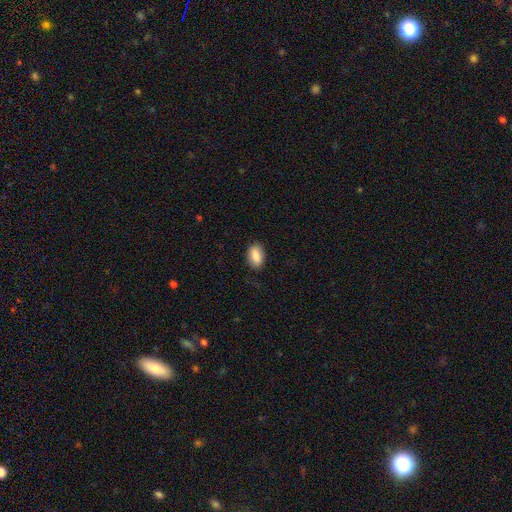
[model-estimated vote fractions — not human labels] A smooth galaxy with no disk features (88%) that is in between round and cigar-shaped (91%).

Vote fractions:
- Smooth or featured? smooth: 88% / star or artifact: 7% / featured or disk: 5%
- How rounded? in between: 91% / round: 6% / cigar-shaped: 3%
- Merging? none: 84% / minor disturbance: 12% / major disturbance: 3% / merger: 1%